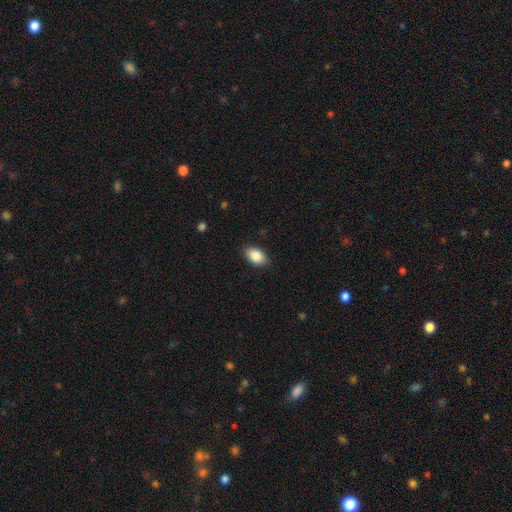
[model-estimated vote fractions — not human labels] Smooth or featured?
  - smooth: 87% *
  - star or artifact: 7%
  - featured or disk: 6%
How rounded?
  - in between: 91% *
  - round: 7%
  - cigar-shaped: 2%
Merging?
  - none: 88% *
  - minor disturbance: 9%
  - major disturbance: 2%
  - merger: 1%